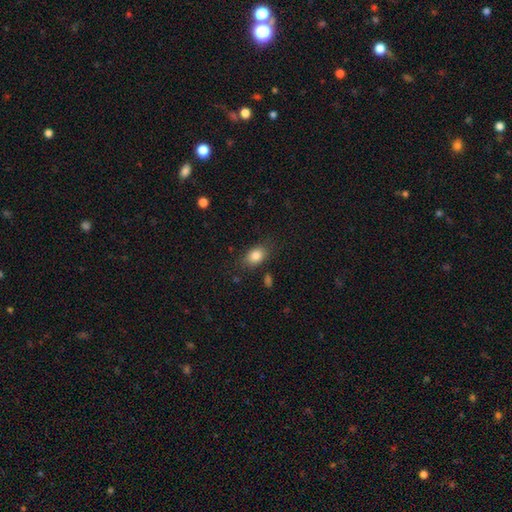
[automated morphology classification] type=smooth (84%); roundness=in between (78%); merging=none (79%).